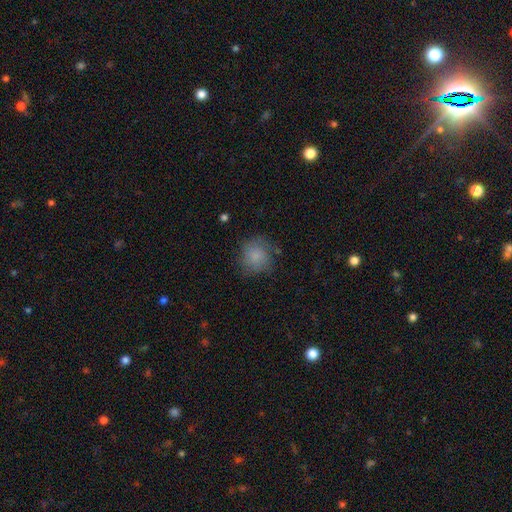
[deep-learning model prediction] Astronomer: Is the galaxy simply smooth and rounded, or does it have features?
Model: smooth — 82%.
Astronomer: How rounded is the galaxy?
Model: round — 86%.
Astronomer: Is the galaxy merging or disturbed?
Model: none — 69%.